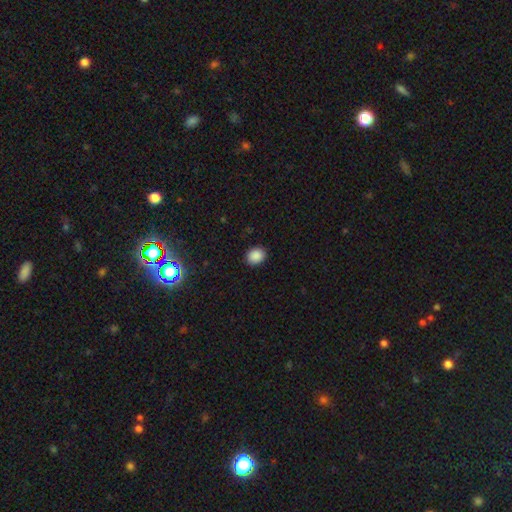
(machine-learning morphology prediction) The model was most divided on "how rounded": round: 52%, in between: 47%, cigar-shaped: 1%. More confident: merging — none (89%); smooth or featured — smooth (88%).